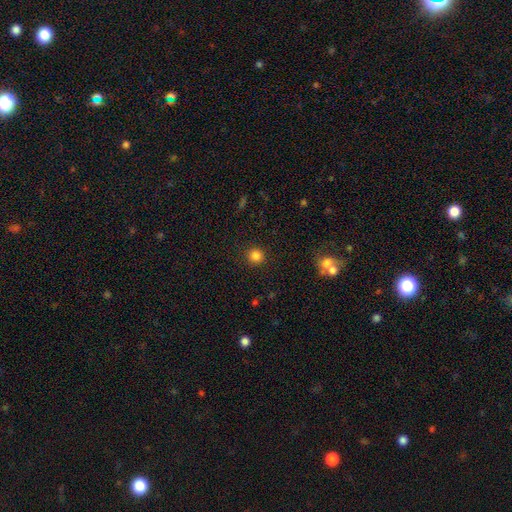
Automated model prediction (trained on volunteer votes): A smooth galaxy with no disk features (84%) that is round (92%).

Vote fractions:
- Smooth or featured? smooth: 84% / star or artifact: 12% / featured or disk: 4%
- How rounded? round: 92% / in between: 7% / cigar-shaped: 1%
- Merging? none: 91% / minor disturbance: 6% / major disturbance: 2% / merger: 1%